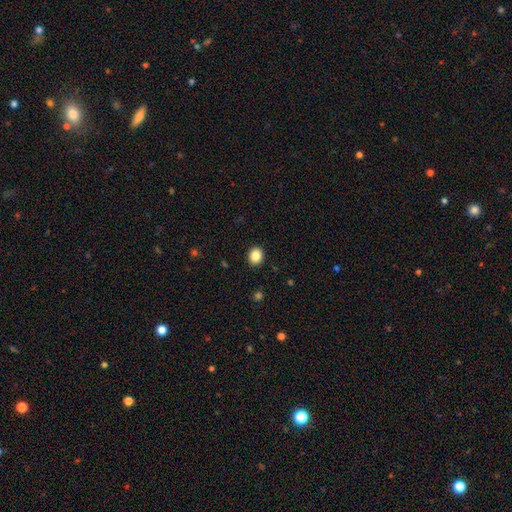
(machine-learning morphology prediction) type=smooth (86%); roundness=round (72%); merging=none (91%).